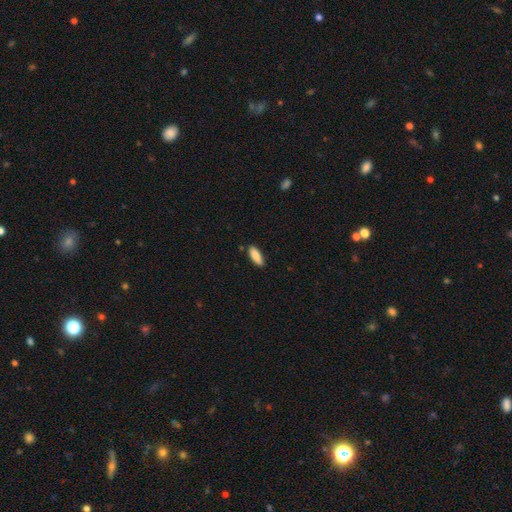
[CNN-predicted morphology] The model was most divided on "how rounded": in between: 67%, cigar-shaped: 31%, round: 2%. More confident: smooth or featured — smooth (86%); merging — none (84%).